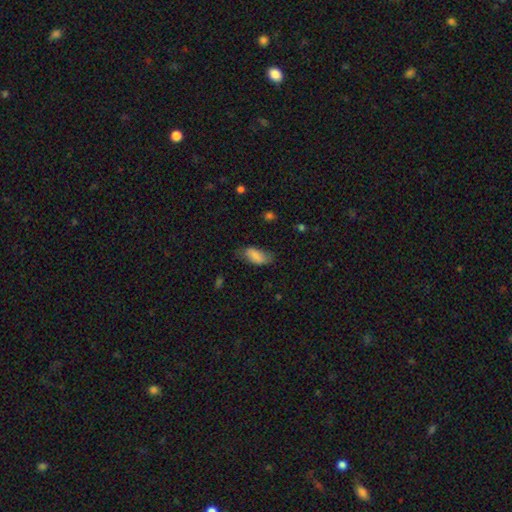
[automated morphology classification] This is clearly a smooth galaxy (82%). How rounded: clearly in between (87%). Merging: possibly none (59%).